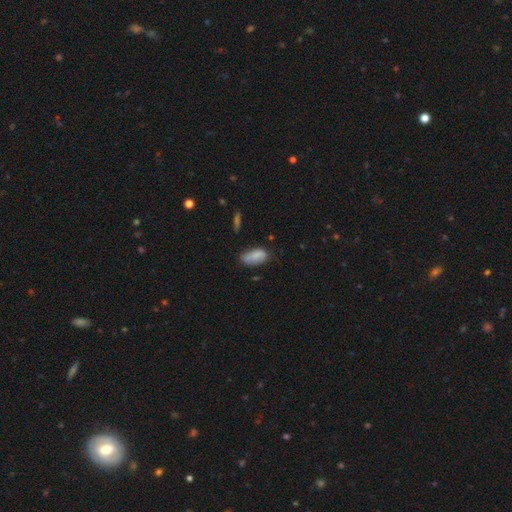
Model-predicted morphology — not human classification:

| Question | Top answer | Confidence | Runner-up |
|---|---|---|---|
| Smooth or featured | smooth | 77% | featured or disk (16%) |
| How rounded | in between | 91% | cigar-shaped (6%) |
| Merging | none | 63% | minor disturbance (27%) |